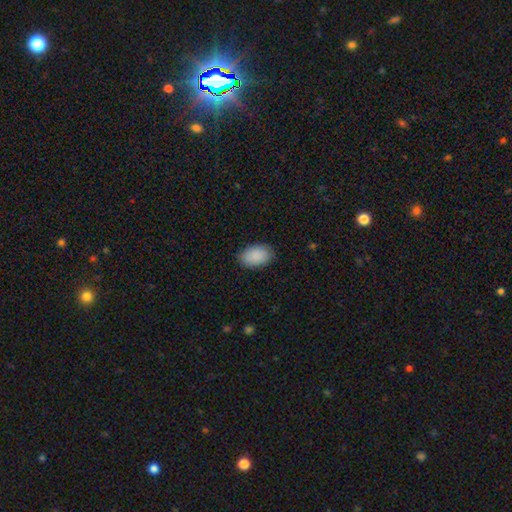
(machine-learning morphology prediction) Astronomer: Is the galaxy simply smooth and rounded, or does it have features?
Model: smooth — 91%.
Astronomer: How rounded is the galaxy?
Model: in between — 91%.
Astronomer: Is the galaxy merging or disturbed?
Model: none — 85%.